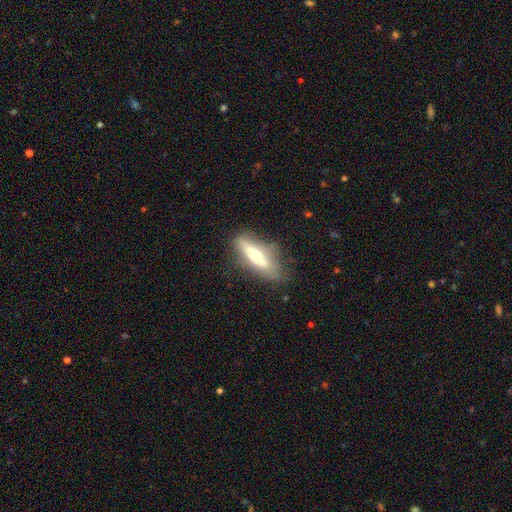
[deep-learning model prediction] This appears to be a smooth galaxy with no disk features (47%). Merging: none (69%).